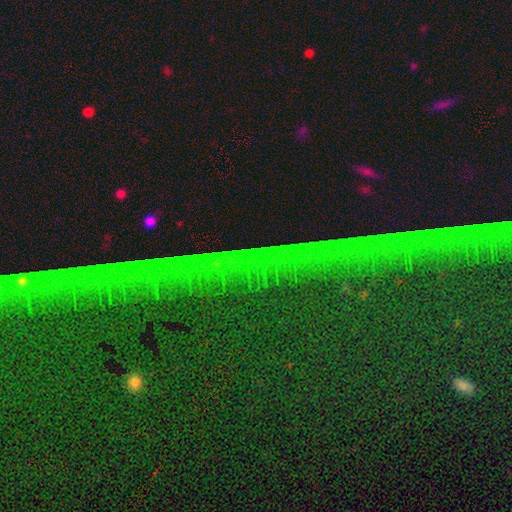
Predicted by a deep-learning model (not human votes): Smooth or featured?
  - star or artifact: 86% *
  - featured or disk: 7%
  - smooth: 7%